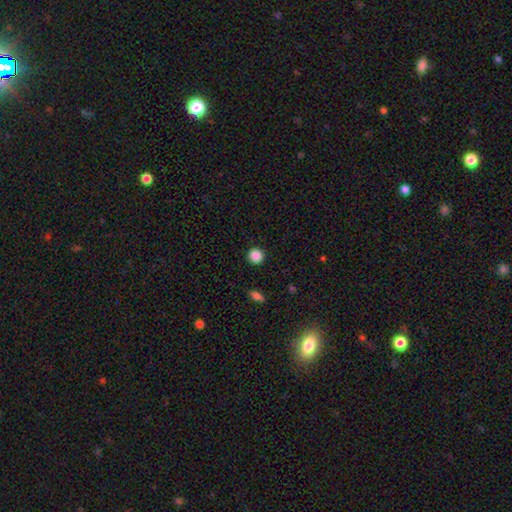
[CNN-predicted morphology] type=smooth (87%); roundness=round (93%); merging=none (92%).